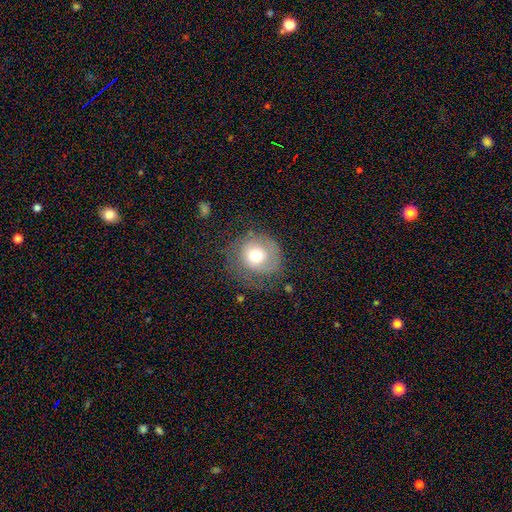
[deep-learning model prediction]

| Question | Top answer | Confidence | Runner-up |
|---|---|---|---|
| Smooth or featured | smooth | 52% | featured or disk (39%) |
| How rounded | round | 84% | in between (15%) |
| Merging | none | 59% | minor disturbance (22%) |